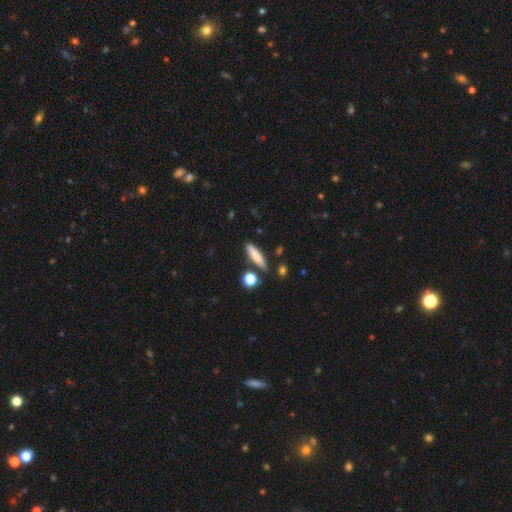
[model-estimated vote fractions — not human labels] This appears to be a smooth galaxy with no disk features (80%) that is cigar-shaped (76%). Merging: none (79%).